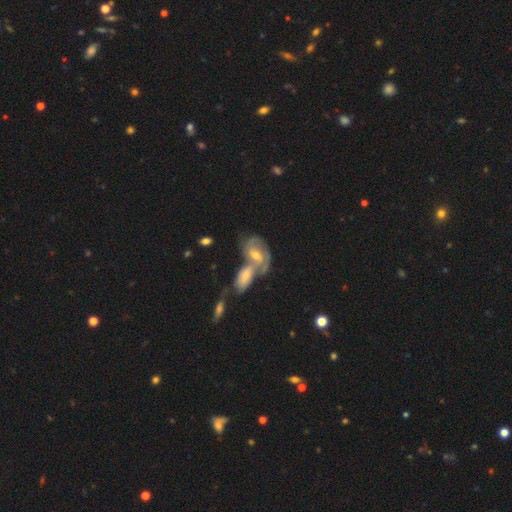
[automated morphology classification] type=featured or disk (74%); edge-on=no (93%); bar=no (44%); spiral arms=yes (88%); winding=tight (47%); arm count=2 (54%); bulge=moderate (58%); merging=merger (57%).